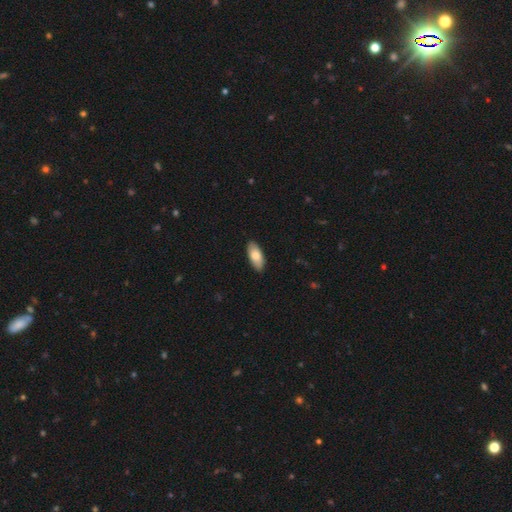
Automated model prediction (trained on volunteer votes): Smooth or featured? smooth (79%)
How rounded? in between (87%)
Merging? none (89%)